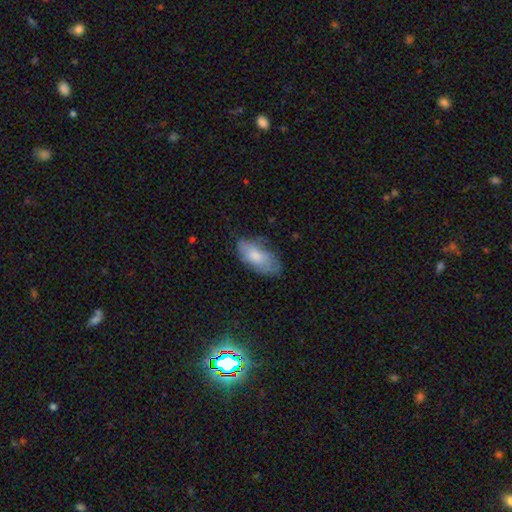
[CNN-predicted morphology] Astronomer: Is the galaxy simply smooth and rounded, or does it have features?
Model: smooth — 65%.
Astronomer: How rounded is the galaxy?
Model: in between — 92%.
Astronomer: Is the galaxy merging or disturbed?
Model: none — 59%.